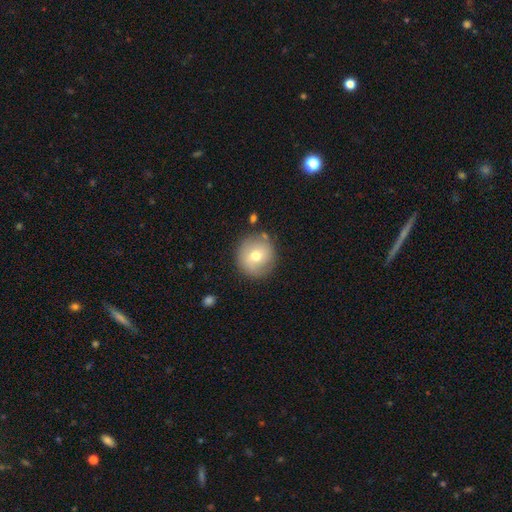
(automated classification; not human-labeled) A smooth galaxy with no disk features (69%) that is round (93%). Merging: none (82%).